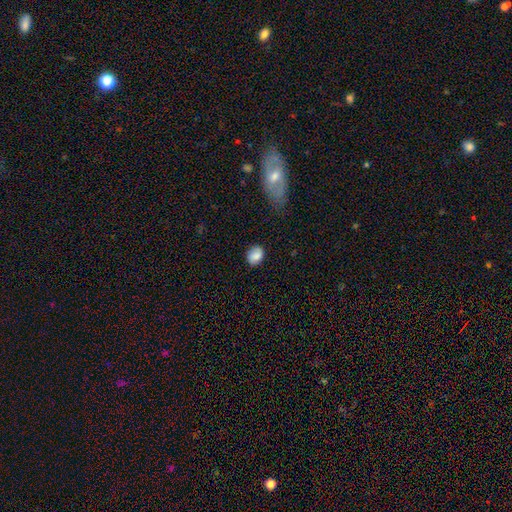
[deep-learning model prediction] A smooth galaxy with no disk features (81%) that is in between round and cigar-shaped (53%). Merging: none (75%).